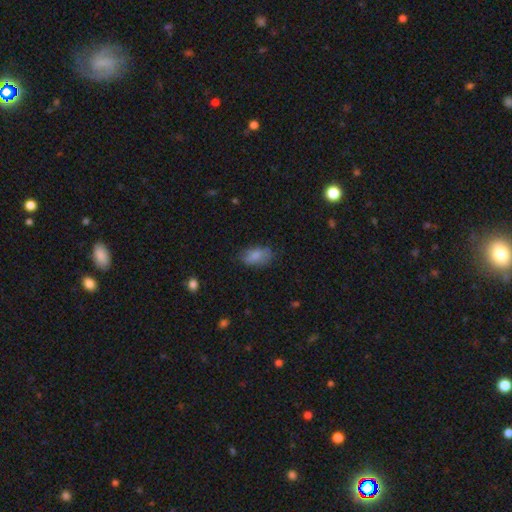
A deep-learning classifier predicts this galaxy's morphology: Smooth or featured? Predicted: smooth (p=0.80). How rounded? Predicted: in between (p=0.91). Merging? Predicted: none (p=0.69).